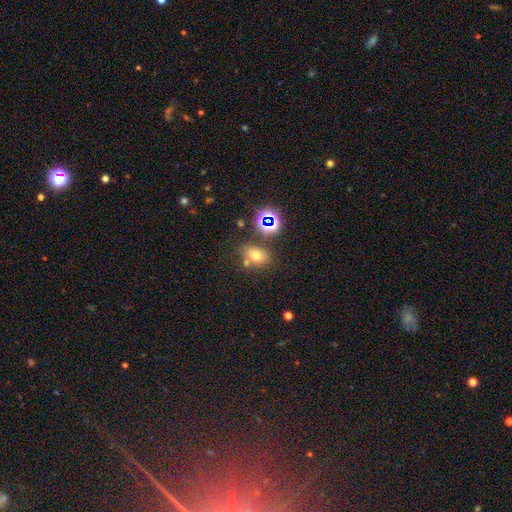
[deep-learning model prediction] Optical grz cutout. It shows a smooth galaxy with no disk features (62%) that is in between round and cigar-shaped (67%). Merging: none (62%).